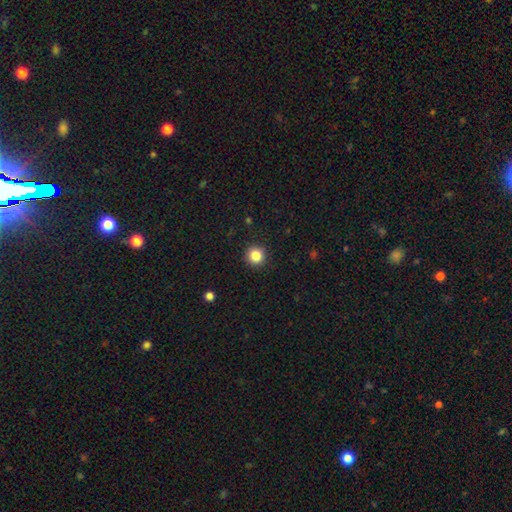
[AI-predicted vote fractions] The model was most divided on "smooth or featured": smooth: 86%, star or artifact: 11%, featured or disk: 4%. More confident: how rounded — round (95%); merging — none (92%).